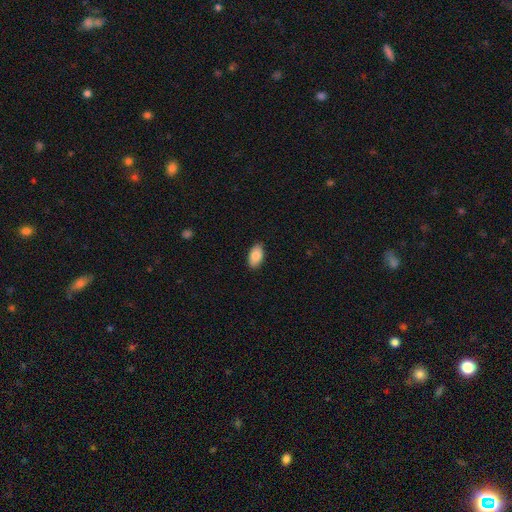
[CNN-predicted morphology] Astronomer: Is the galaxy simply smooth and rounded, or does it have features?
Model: smooth — 86%.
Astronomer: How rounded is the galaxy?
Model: in between — 94%.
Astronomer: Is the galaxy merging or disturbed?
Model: none — 89%.